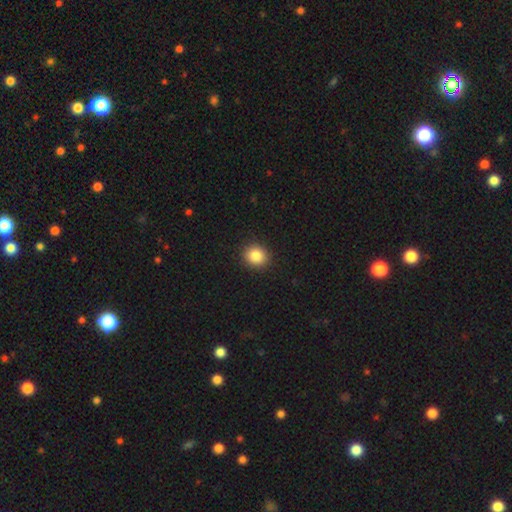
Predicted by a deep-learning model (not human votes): Smooth or featured: smooth — 85% (star or artifact — 10%)
How rounded: round — 80% (in between — 19%)
Merging: none — 91% (minor disturbance — 6%)